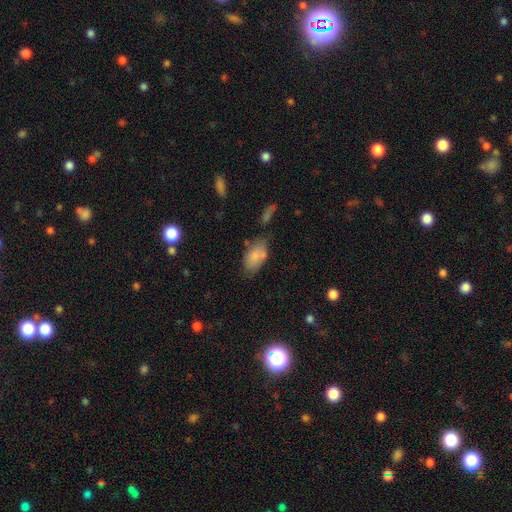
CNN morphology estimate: This appears to be a smooth galaxy with no disk features (79%) that is in between round and cigar-shaped (93%). Merging: none (55%).